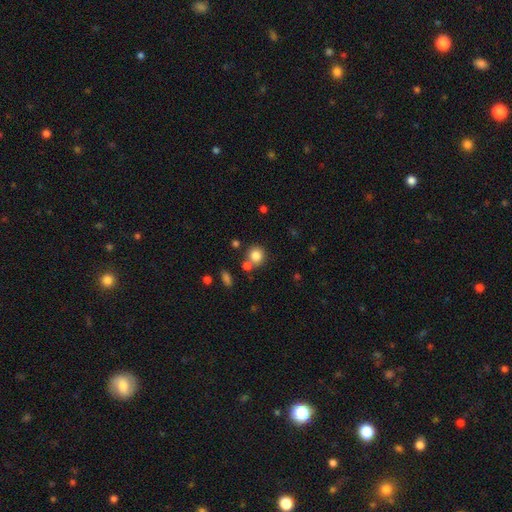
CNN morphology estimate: type=smooth (83%); roundness=round (89%); merging=none (68%).